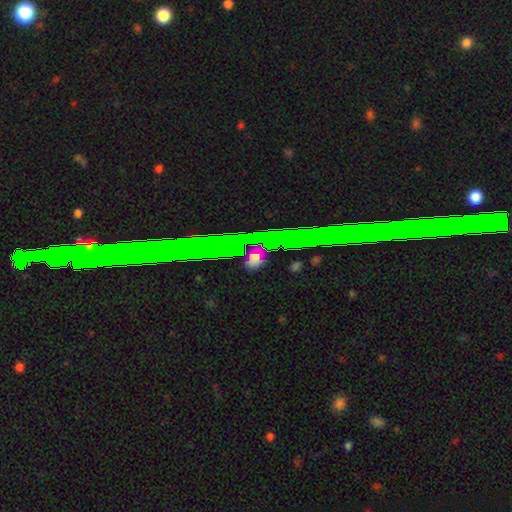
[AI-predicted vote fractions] Smooth or featured? Predicted: star or artifact (p=0.55).